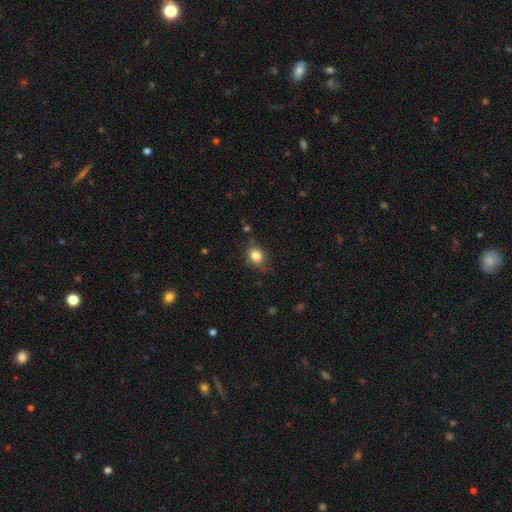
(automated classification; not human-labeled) Overall: smooth (83%). How rounded: in between (57%; round 41%). Merging: none (72%).